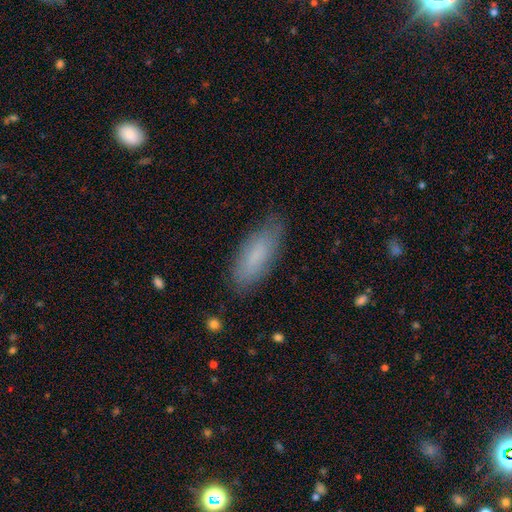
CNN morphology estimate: Overall: smooth (77%). How rounded: in between (66%; cigar-shaped 33%). Merging: none (79%).